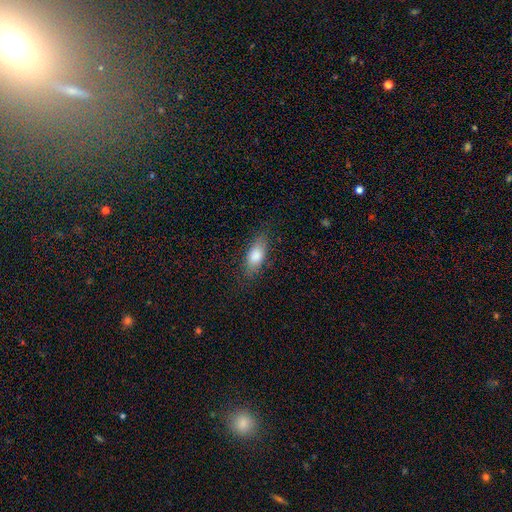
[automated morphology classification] This appears to be a smooth galaxy with no disk features (81%) that is in between round and cigar-shaped (79%). Merging: none (78%).